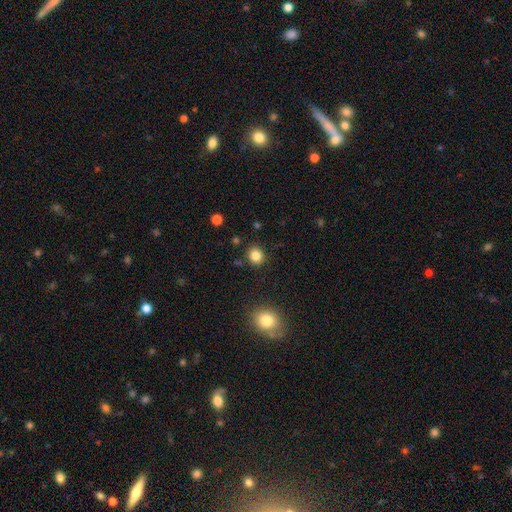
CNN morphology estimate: A smooth galaxy with no disk features (83%) that is round (80%). Merging: none (88%).